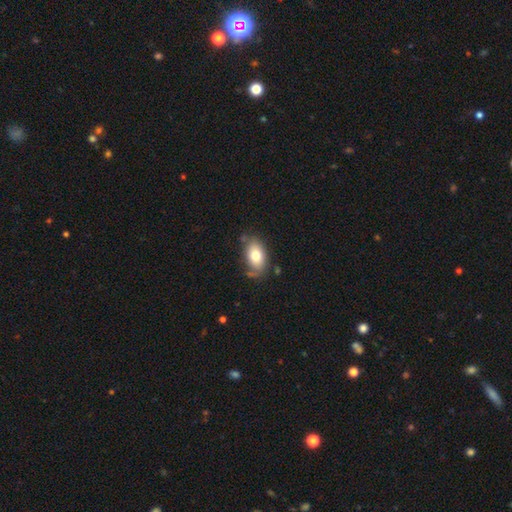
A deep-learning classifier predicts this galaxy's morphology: smooth_or_featured: smooth (p=0.75) [alt: featured or disk p=0.18]
how_rounded: in between (p=0.90) [alt: round p=0.08]
merging: none (p=0.69) [alt: minor disturbance p=0.20]